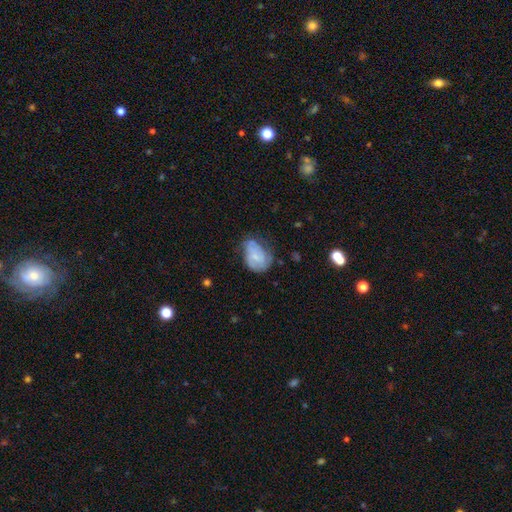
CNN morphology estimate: A smooth galaxy with no disk features (51%) that is in between round and cigar-shaped (79%). Merging: none (39%).